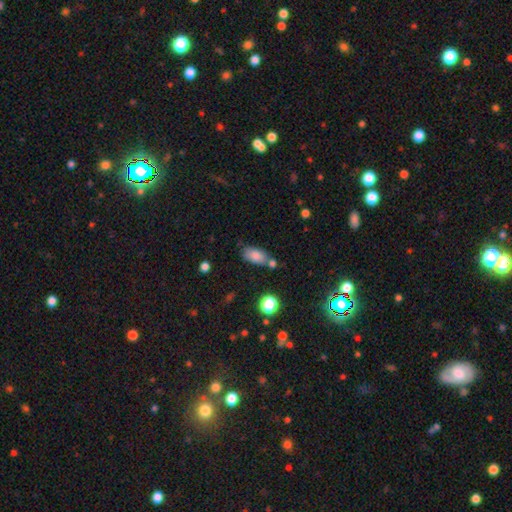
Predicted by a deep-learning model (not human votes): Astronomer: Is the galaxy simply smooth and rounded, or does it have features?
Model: smooth — 81%.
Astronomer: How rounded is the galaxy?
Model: in between — 90%.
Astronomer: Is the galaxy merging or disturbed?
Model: none — 62%.